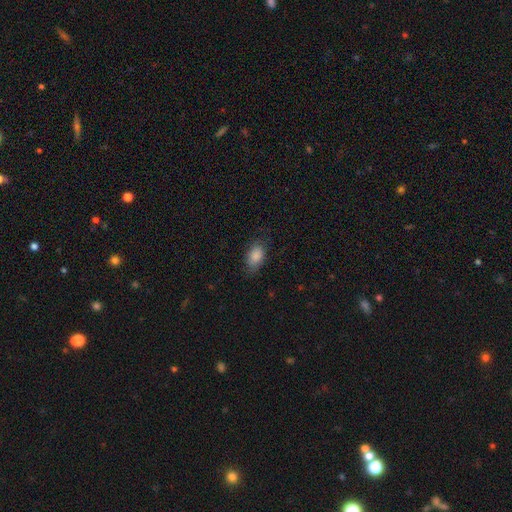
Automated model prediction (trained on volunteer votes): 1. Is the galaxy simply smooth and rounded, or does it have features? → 85% smooth, 8% featured or disk, 7% star or artifact.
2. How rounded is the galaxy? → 90% in between, 8% round, 2% cigar-shaped.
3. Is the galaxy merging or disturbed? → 71% none, 21% minor disturbance, 7% major disturbance, 1% merger.